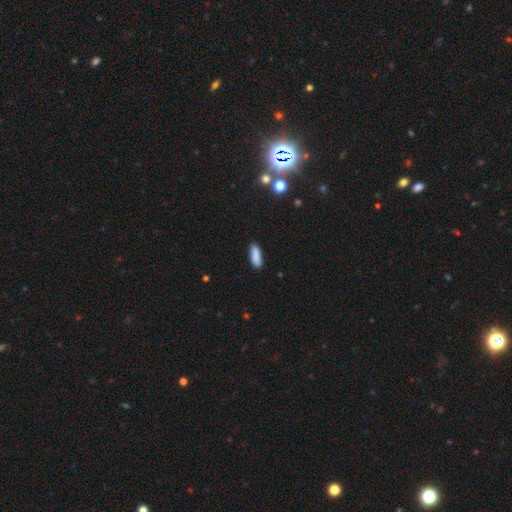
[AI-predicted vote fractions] Smooth or featured: smooth — 87% (star or artifact — 7%)
How rounded: in between — 60% (cigar-shaped — 38%)
Merging: none — 83% (minor disturbance — 13%)